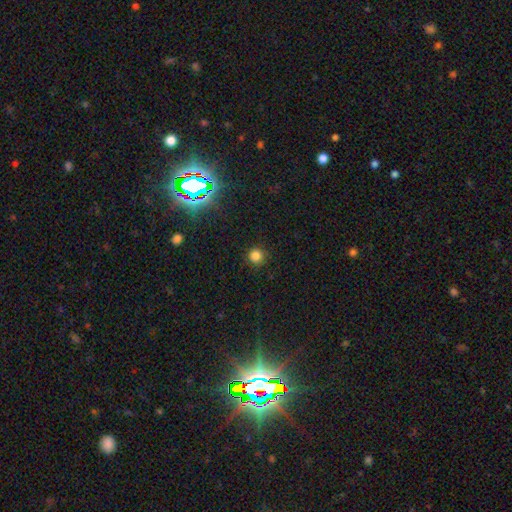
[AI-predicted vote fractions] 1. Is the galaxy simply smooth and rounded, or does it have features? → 82% smooth, 14% star or artifact, 4% featured or disk.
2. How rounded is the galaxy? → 95% round, 4% in between, 1% cigar-shaped.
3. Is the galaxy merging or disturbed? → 91% none, 6% minor disturbance, 2% major disturbance, 1% merger.